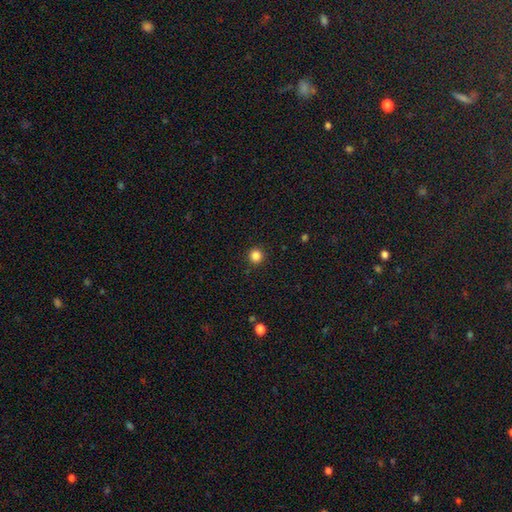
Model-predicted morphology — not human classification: This is clearly a smooth galaxy (84%). How rounded: clearly round (94%). Merging: clearly none (92%).